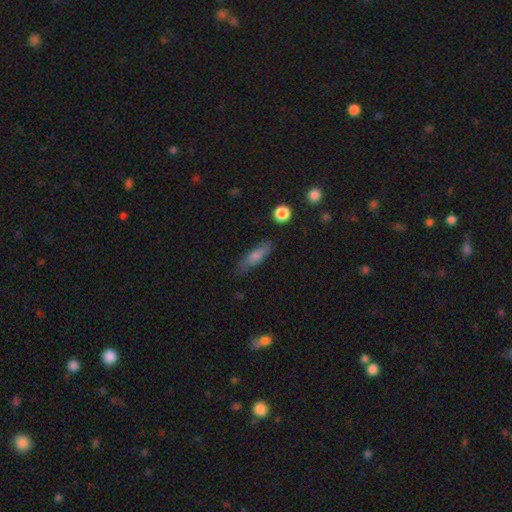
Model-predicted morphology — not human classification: Smooth or featured? smooth (68%)
How rounded? cigar-shaped (64%)
Merging? none (79%)